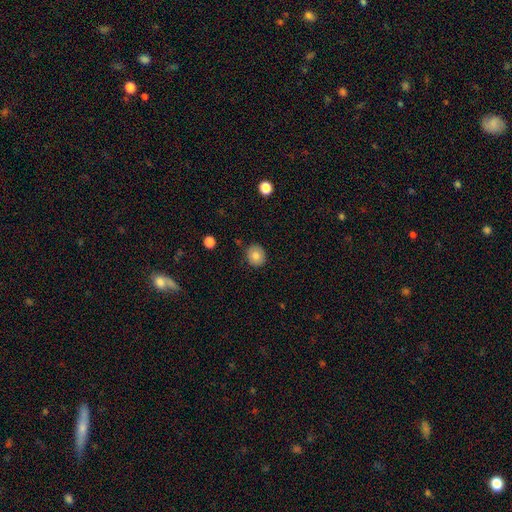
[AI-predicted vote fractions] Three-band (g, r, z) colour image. It shows a smooth galaxy with no disk features (82%) that is round (78%). Merging: none (86%).